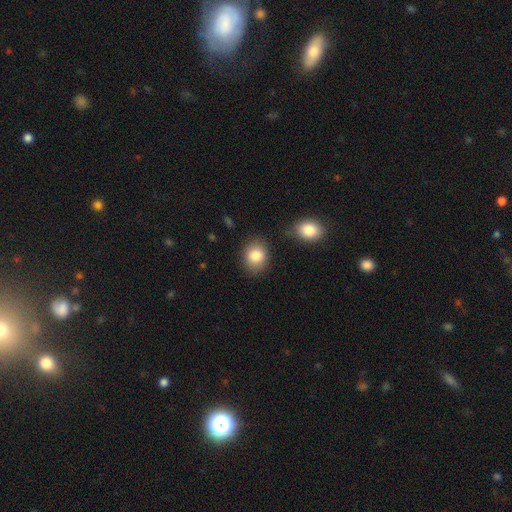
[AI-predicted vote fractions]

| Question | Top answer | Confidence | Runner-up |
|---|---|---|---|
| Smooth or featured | smooth | 84% | star or artifact (9%) |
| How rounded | round | 55% | in between (44%) |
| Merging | none | 80% | minor disturbance (12%) |